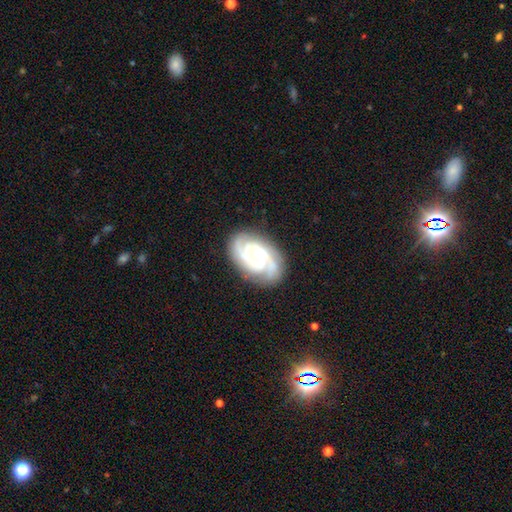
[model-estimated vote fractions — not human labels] Smooth or featured? featured or disk (88%)
Edge-on disk? no (97%)
Bar? no (66%)
Spiral arms? yes (98%)
Spiral winding? tight (61%)
Spiral arm count? 3 (45%)
Bulge size? moderate (46%, tied with small)
Merging? none (82%)